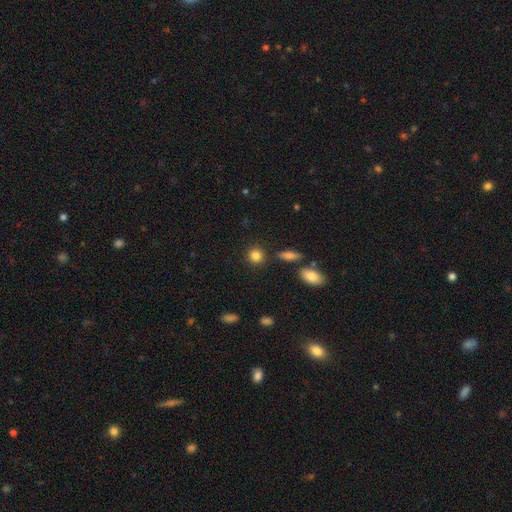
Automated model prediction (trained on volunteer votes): smooth 85%, star or artifact 10%, featured or disk 6%. Down the decision tree: how rounded — round (84%); merging — none (84%).